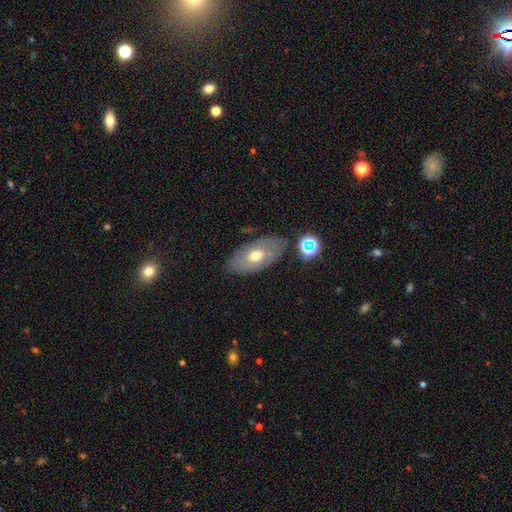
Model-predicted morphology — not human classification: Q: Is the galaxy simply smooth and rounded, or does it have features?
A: smooth — 54%.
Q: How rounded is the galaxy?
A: in between — 92%.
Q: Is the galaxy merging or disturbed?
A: none — 78%.